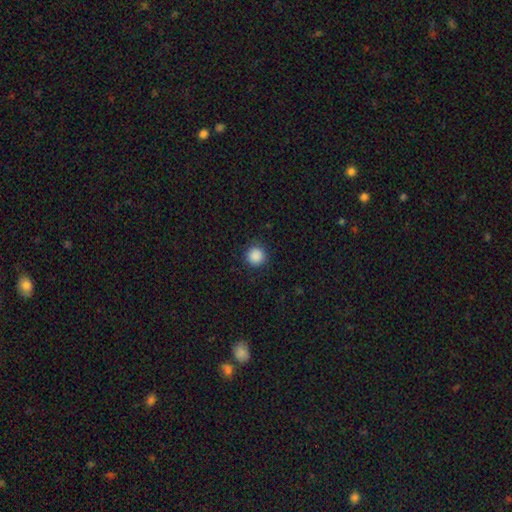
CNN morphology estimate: Smooth or featured? Predicted: smooth (p=0.88). How rounded? Predicted: round (p=0.95). Merging? Predicted: none (p=0.91).